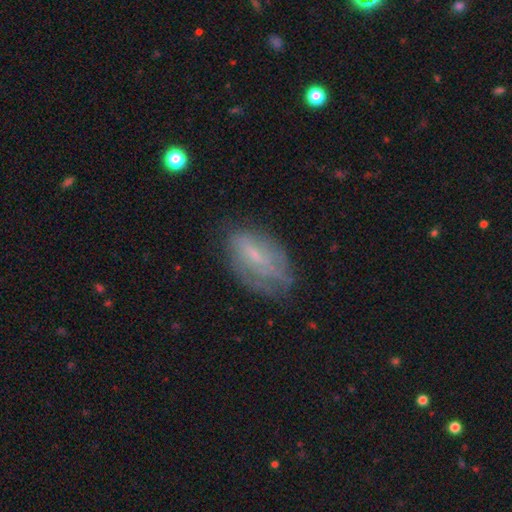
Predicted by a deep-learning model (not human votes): Overall: featured or disk (50%; smooth 41%). Merging: none (54%; minor disturbance 30%).